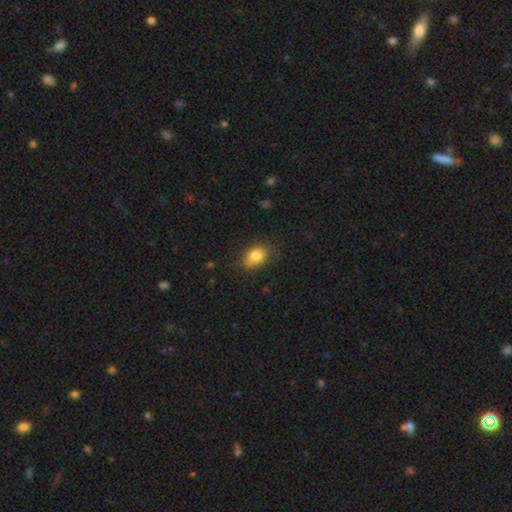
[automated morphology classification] This is clearly a smooth galaxy (81%). How rounded: likely in between (68%). Merging: likely none (67%).